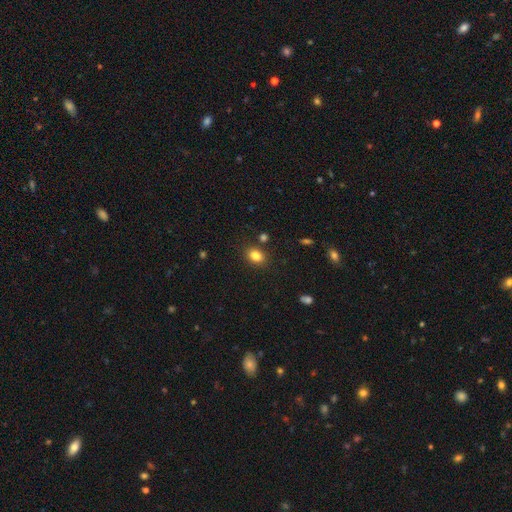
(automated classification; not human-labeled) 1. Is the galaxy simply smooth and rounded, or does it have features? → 83% smooth, 11% star or artifact, 6% featured or disk.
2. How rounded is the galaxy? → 63% in between, 36% round, 1% cigar-shaped.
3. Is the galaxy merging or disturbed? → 83% none, 10% minor disturbance, 4% merger, 3% major disturbance.